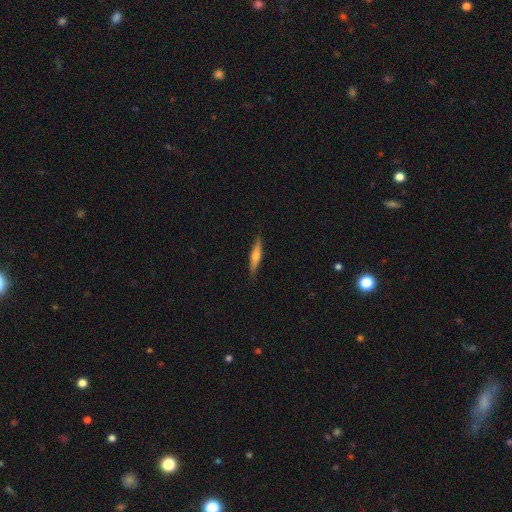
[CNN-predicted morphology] Smooth or featured: featured or disk — 50% (smooth — 44%)
Edge-on disk: yes — 95% (no — 5%)
Merging: none — 88% (minor disturbance — 9%)